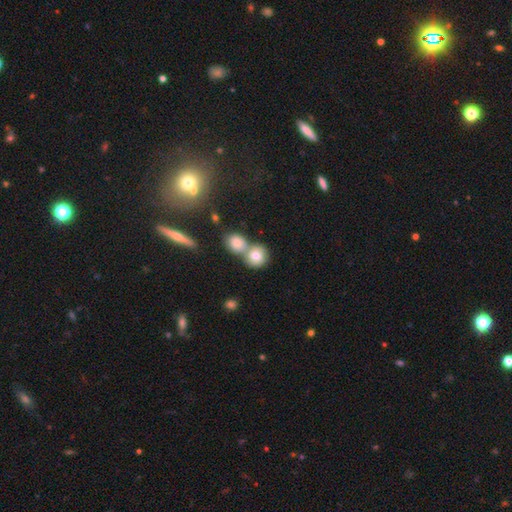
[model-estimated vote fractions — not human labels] Smooth or featured: smooth — 78% (featured or disk — 13%)
How rounded: round — 83% (in between — 16%)
Merging: merger — 49% (none — 41%)